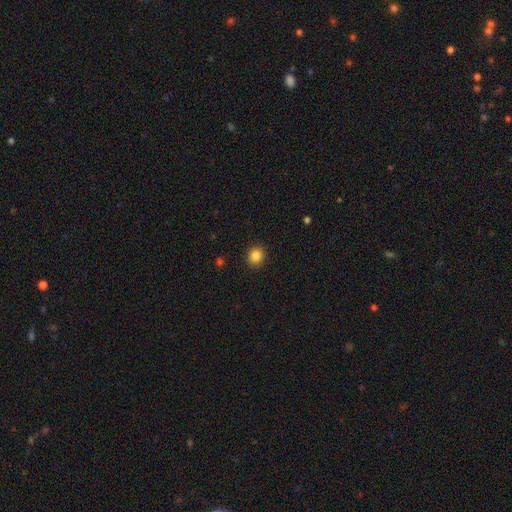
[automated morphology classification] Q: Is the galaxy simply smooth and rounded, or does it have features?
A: smooth — 85%.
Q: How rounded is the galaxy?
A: round — 83%.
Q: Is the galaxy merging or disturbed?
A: none — 91%.